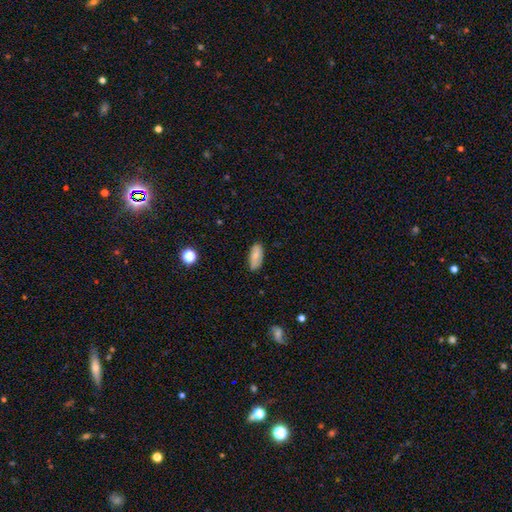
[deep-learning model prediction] Smooth or featured? smooth (73%)
How rounded? in between (85%)
Merging? none (82%)